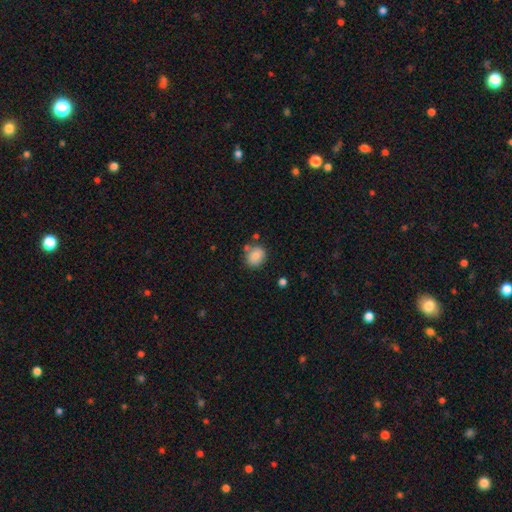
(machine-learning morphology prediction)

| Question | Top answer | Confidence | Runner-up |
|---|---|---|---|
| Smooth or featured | smooth | 85% | star or artifact (9%) |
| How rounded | round | 65% | in between (34%) |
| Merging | none | 72% | minor disturbance (15%) |